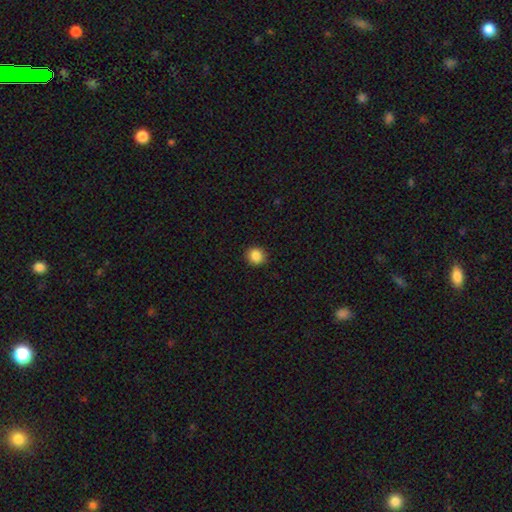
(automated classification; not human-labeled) Smooth or featured? smooth (86%)
How rounded? round (89%)
Merging? none (91%)